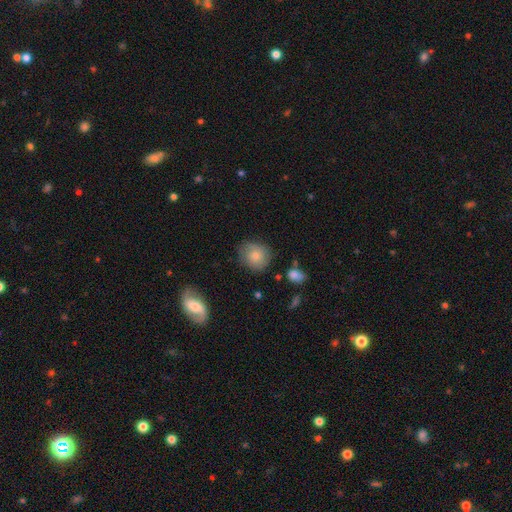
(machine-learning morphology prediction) This is likely a smooth galaxy (77%). How rounded: clearly round (80%). Merging: likely none (74%).